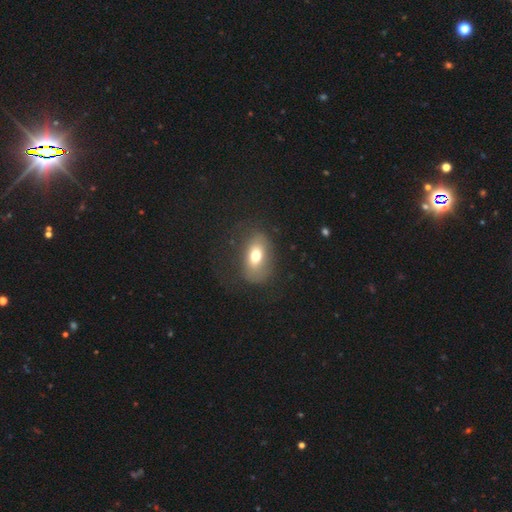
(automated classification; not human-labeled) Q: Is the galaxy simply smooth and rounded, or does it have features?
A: smooth — 68%.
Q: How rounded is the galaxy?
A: in between — 83%.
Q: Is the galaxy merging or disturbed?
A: none — 69%.